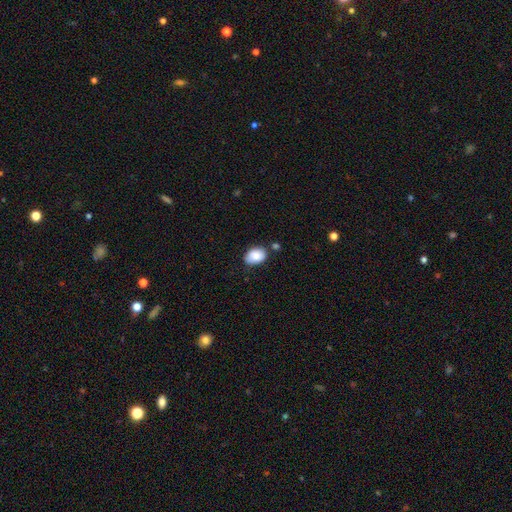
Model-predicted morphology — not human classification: Smooth or featured? Predicted: smooth (p=0.85). How rounded? Predicted: in between (p=0.80). Merging? Predicted: none (p=0.69).